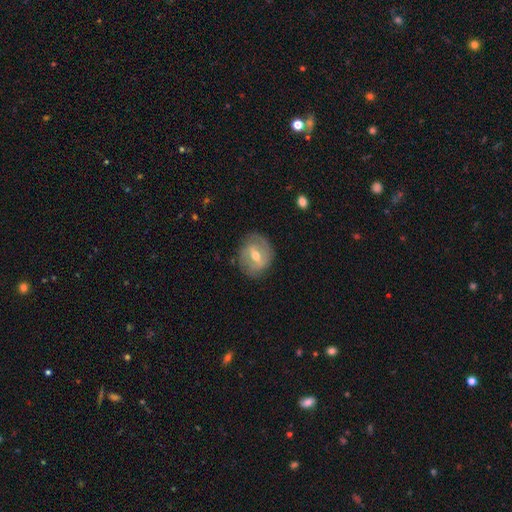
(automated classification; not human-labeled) A featured or disk galaxy (66%) with a weak bar (47%), spiral arms (62%) and a moderate central bulge (74%). Merging: none (76%).